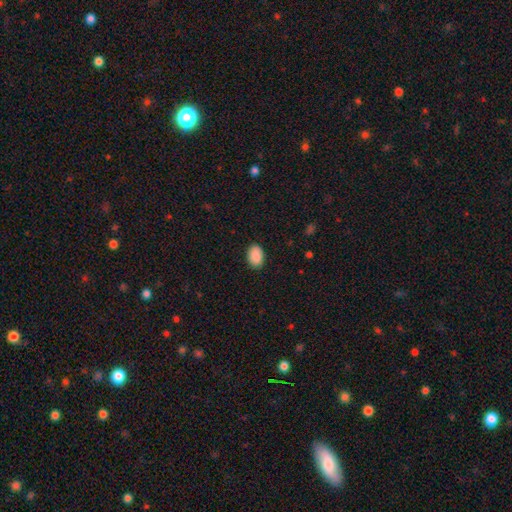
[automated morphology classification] type=smooth (91%); roundness=in between (86%); merging=none (88%).